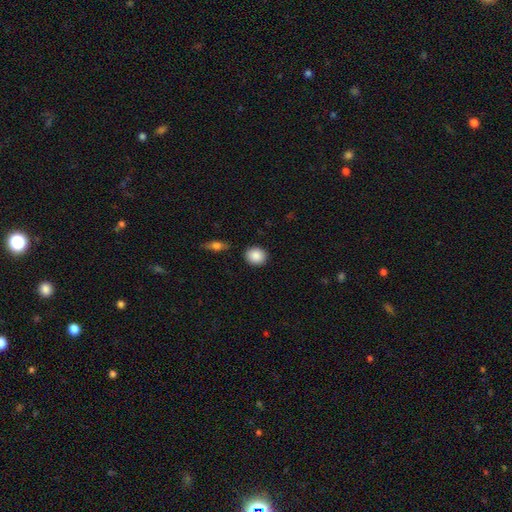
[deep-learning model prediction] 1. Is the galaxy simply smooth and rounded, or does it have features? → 89% smooth, 7% star or artifact, 4% featured or disk.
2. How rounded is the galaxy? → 72% round, 26% in between, 1% cigar-shaped.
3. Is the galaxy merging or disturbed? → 88% none, 7% minor disturbance, 2% merger, 2% major disturbance.